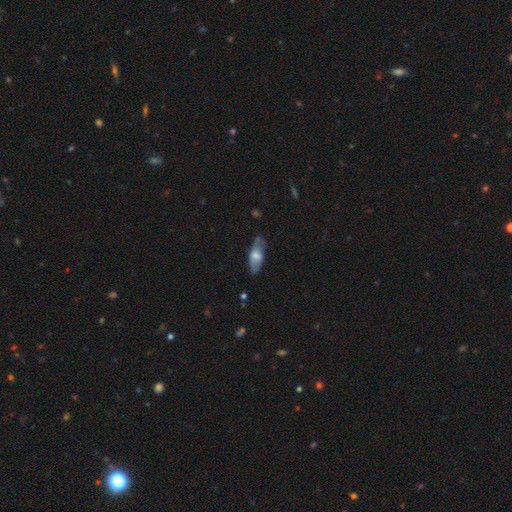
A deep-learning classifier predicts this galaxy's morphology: A smooth galaxy with no disk features (52%) that is in between round and cigar-shaped (71%).

Vote fractions:
- Smooth or featured? smooth: 52% / featured or disk: 41% / star or artifact: 7%
- How rounded? in between: 71% / cigar-shaped: 26% / round: 3%
- Merging? none: 67% / minor disturbance: 23% / major disturbance: 8% / merger: 2%